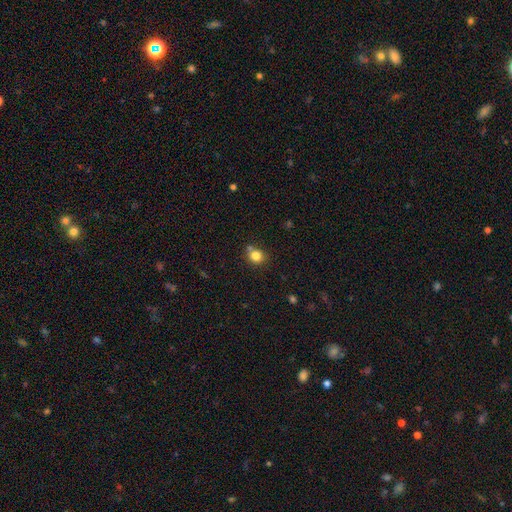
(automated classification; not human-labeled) This appears to be a smooth galaxy with no disk features (82%) that is round (80%). Merging: none (68%).